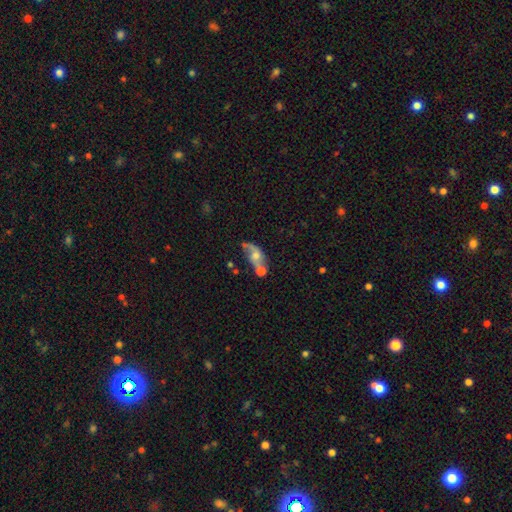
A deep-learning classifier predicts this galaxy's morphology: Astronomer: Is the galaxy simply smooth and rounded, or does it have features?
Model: featured or disk — 54% (runner-up: smooth, 35%).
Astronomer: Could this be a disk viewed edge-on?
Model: no — 93%.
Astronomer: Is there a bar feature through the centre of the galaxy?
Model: no — 72%.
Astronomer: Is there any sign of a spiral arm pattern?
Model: yes — 70%.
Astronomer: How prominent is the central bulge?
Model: moderate — 49% (runner-up: small, 31%).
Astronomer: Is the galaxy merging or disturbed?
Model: merger — 38% (runner-up: none, 27%).